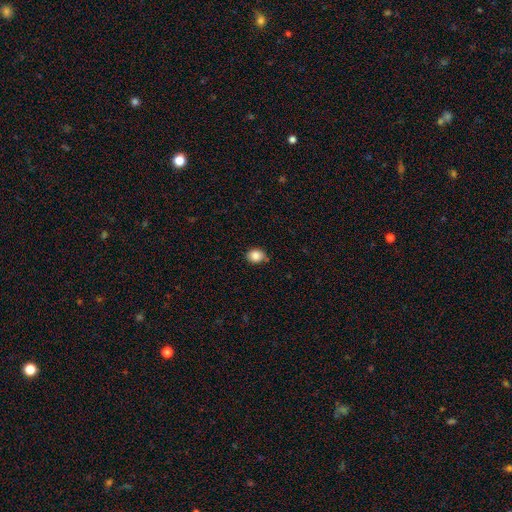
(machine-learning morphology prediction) This appears to be a smooth galaxy with no disk features (86%) that is round (62%). Merging: none (75%).